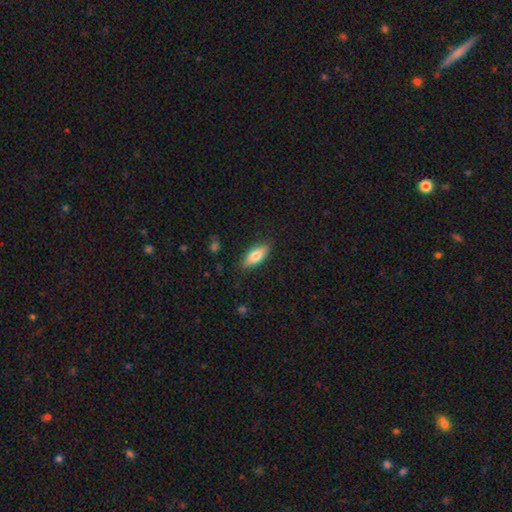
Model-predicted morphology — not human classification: A smooth galaxy with no disk features (75%) that is in between round and cigar-shaped (76%). Merging: none (84%).